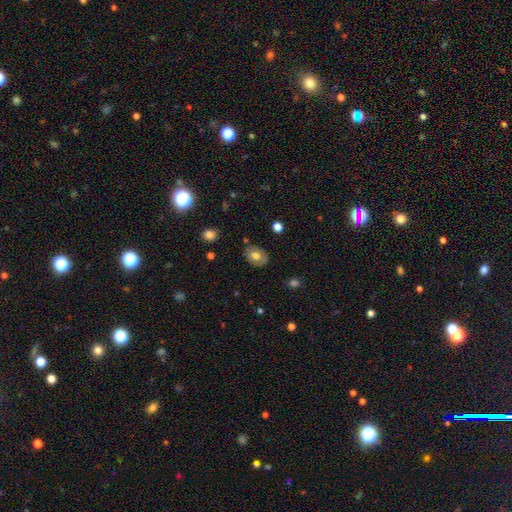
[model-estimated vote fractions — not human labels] smooth-or-featured: smooth: 61% | featured or disk: 31% | star or artifact: 8%
  how-rounded: in between: 68% | round: 31% | cigar-shaped: 1%
  merging: none: 79% | minor disturbance: 15% | major disturbance: 4% | merger: 2%